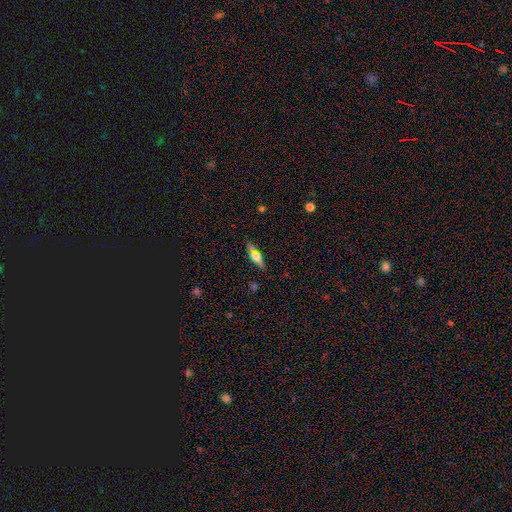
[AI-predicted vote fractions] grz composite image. It shows a smooth galaxy with no disk features (50%) that is cigar-shaped (52%). Merging: none (74%).